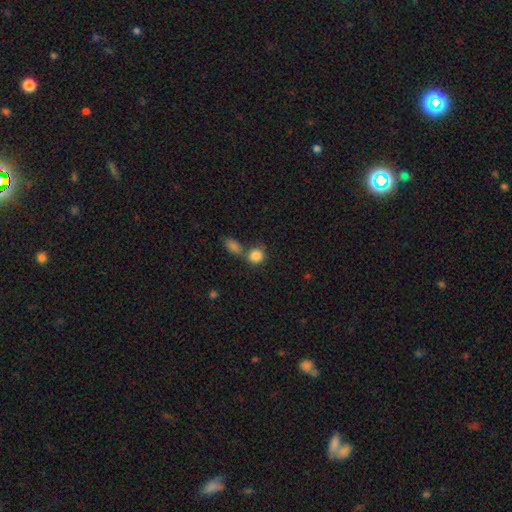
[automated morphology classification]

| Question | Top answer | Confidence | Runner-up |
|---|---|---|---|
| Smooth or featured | smooth | 85% | star or artifact (9%) |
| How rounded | round | 72% | in between (26%) |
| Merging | none | 51% | merger (32%) |